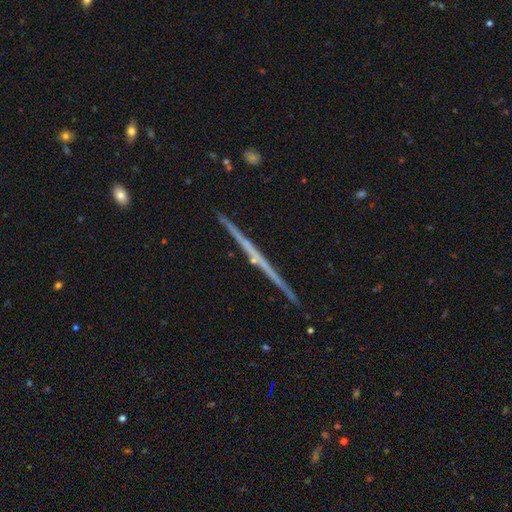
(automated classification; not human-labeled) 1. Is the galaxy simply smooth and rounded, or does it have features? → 75% featured or disk, 18% smooth, 7% star or artifact.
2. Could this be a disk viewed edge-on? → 98% yes, 2% no.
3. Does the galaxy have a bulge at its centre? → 68% none, 26% rounded, 6% boxy.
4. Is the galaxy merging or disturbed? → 92% none, 5% minor disturbance, 1% merger, 1% major disturbance.